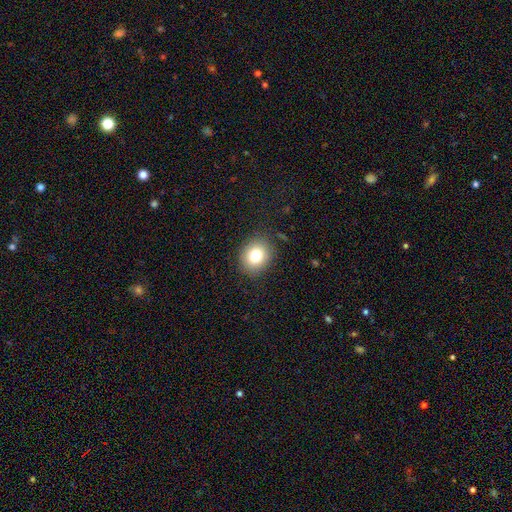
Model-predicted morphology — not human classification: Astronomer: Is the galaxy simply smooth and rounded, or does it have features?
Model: smooth — 79%.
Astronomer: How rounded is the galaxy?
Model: round — 67%.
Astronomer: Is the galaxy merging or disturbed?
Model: none — 86%.